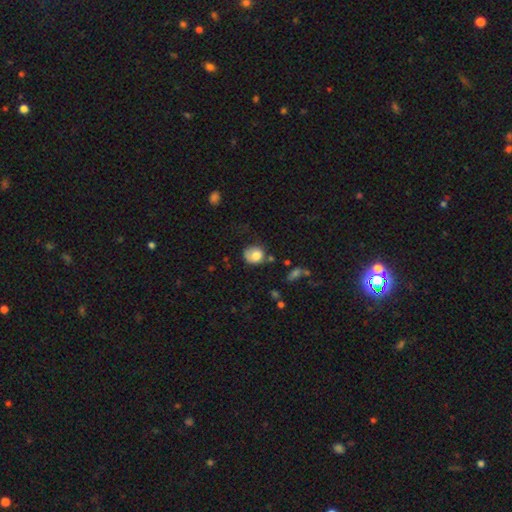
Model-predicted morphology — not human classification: A smooth galaxy with no disk features (77%) that is round (70%).

Vote fractions:
- Smooth or featured? smooth: 77% / featured or disk: 14% / star or artifact: 9%
- How rounded? round: 70% / in between: 29% / cigar-shaped: 1%
- Merging? none: 50% / minor disturbance: 30% / major disturbance: 14% / merger: 6%